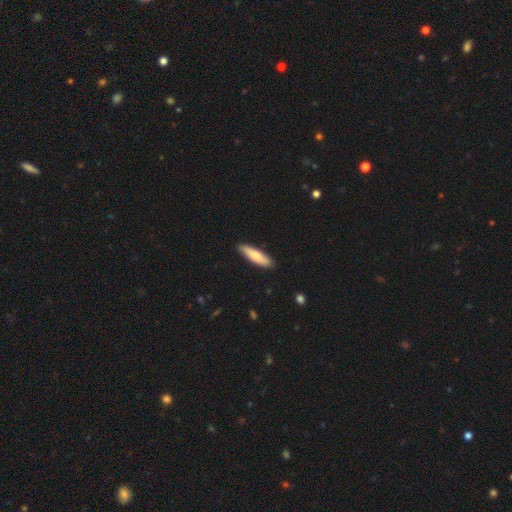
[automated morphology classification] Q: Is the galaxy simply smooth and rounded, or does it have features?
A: smooth — 76%.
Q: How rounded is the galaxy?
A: cigar-shaped — 73%.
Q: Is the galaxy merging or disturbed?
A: none — 89%.